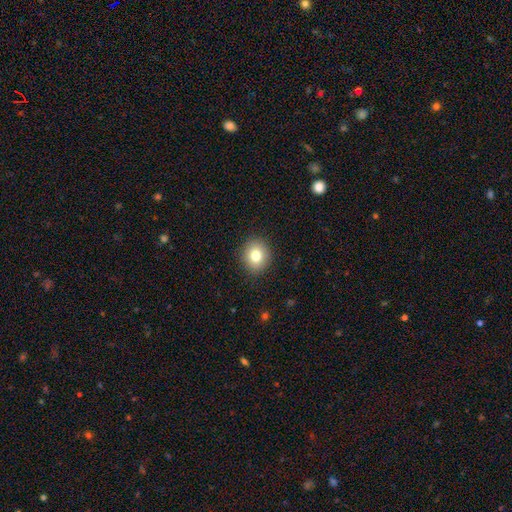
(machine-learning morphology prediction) smooth_or_featured: smooth (p=0.79) [alt: star or artifact p=0.11]
how_rounded: round (p=0.79) [alt: in between p=0.20]
merging: none (p=0.90) [alt: minor disturbance p=0.07]